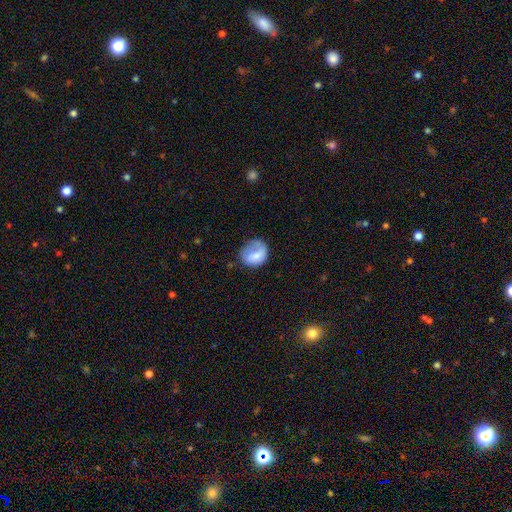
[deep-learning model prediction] smooth-or-featured: smooth: 69% | featured or disk: 23% | star or artifact: 7%
  how-rounded: round: 67% | in between: 32% | cigar-shaped: 1%
  merging: none: 48% | minor disturbance: 28% | major disturbance: 22% | merger: 3%